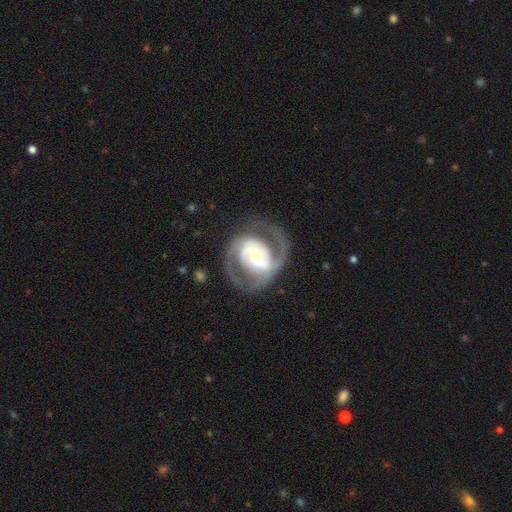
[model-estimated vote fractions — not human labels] This appears to be a featured or disk galaxy (86%) with a weak bar (37%), 2 (86%) medium (50%) spiral arms (93%) and a small central bulge (39%). Merging: none (69%).